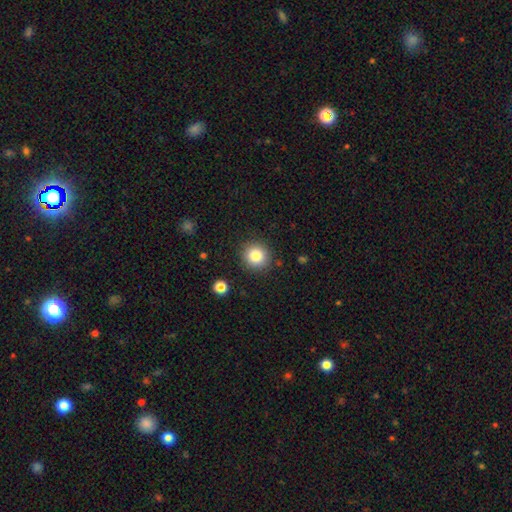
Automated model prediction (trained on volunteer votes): A smooth galaxy with no disk features (84%) that is round (91%). Merging: none (88%).